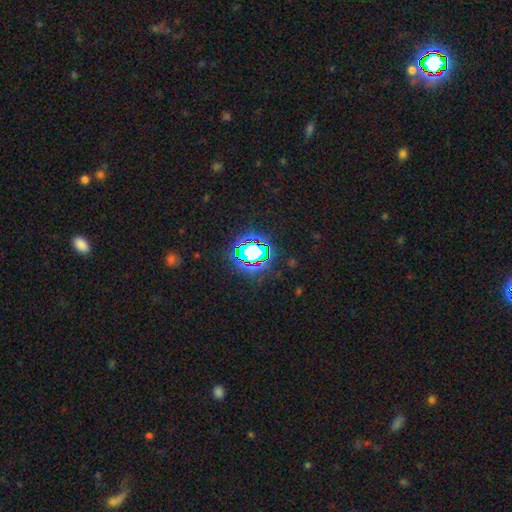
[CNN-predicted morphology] Smooth or featured?
  - star or artifact: 67% *
  - smooth: 20%
  - featured or disk: 13%